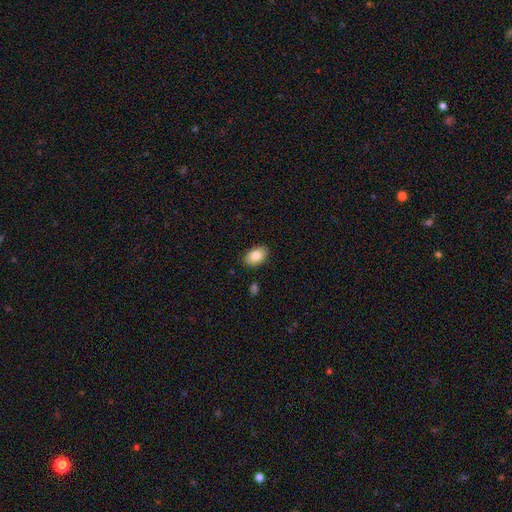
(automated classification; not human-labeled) A smooth galaxy with no disk features (85%) that is in between round and cigar-shaped (89%). Merging: none (88%).